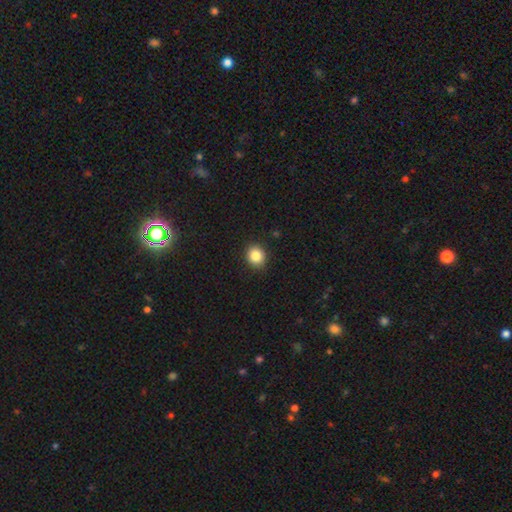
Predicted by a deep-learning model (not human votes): The model was most divided on "how rounded": round: 79%, in between: 20%, cigar-shaped: 1%. More confident: merging — none (90%); smooth or featured — smooth (85%).